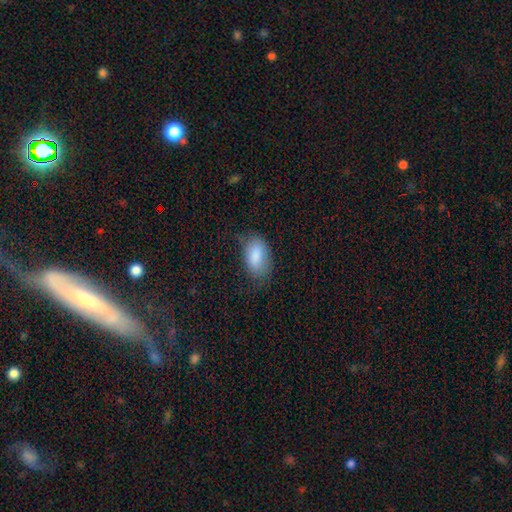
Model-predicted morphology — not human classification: Smooth or featured: smooth — 84% (featured or disk — 10%)
How rounded: in between — 92% (round — 7%)
Merging: none — 59% (minor disturbance — 28%)